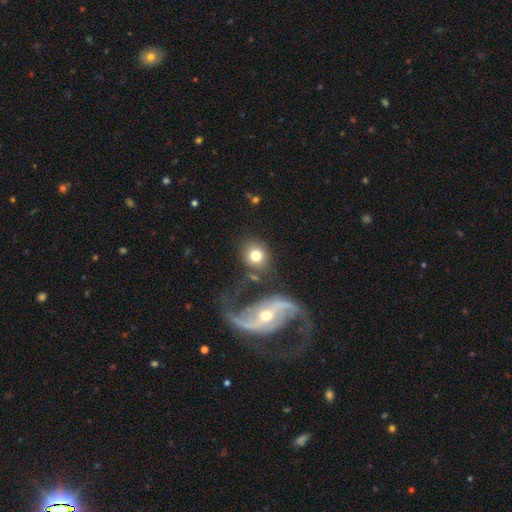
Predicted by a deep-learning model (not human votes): This is likely a smooth galaxy (71%). How rounded: likely round (78%). Merging: likely none (61%).